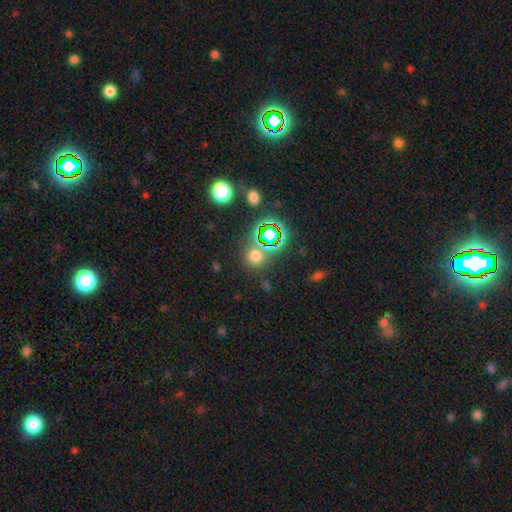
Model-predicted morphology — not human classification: Overall: smooth (57%; star or artifact 35%). How rounded: round (87%). Merging: none (75%).